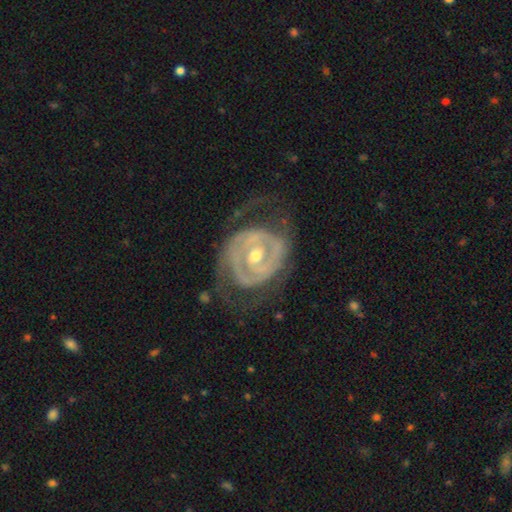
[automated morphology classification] smooth_or_featured: featured or disk (p=0.87) [alt: smooth p=0.09]
disk_edge_on: no (p=0.97) [alt: yes p=0.03]
bar: no (p=0.48) [alt: weak p=0.34]
has_spiral_arms: yes (p=0.82) [alt: no p=0.18]
spiral_winding: tight (p=0.62) [alt: medium p=0.25]
spiral_arm_count: 2 (p=0.48) [alt: can't tell p=0.27]
bulge_size: moderate (p=0.63) [alt: small p=0.33]
merging: none (p=0.57) [alt: major disturbance p=0.21]